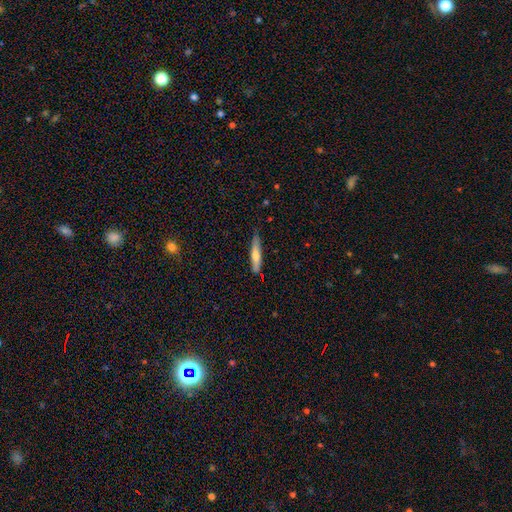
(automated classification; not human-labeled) Smooth or featured?
  - smooth: 59% *
  - featured or disk: 35%
  - star or artifact: 6%
How rounded?
  - cigar-shaped: 87% *
  - in between: 11%
  - round: 2%
Merging?
  - none: 76% *
  - minor disturbance: 20%
  - major disturbance: 3%
  - merger: 2%